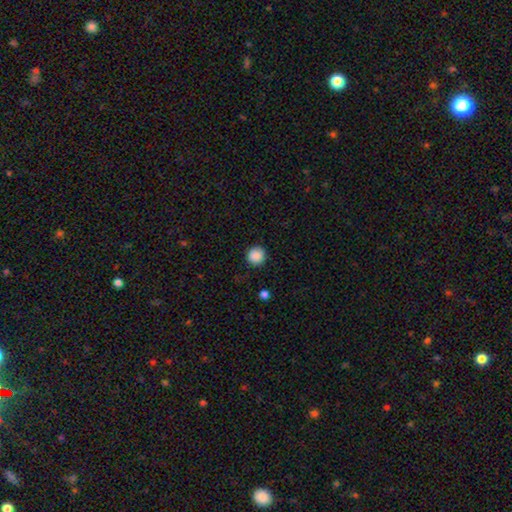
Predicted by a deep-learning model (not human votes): This is clearly a smooth galaxy (88%). How rounded: clearly round (94%). Merging: clearly none (90%).